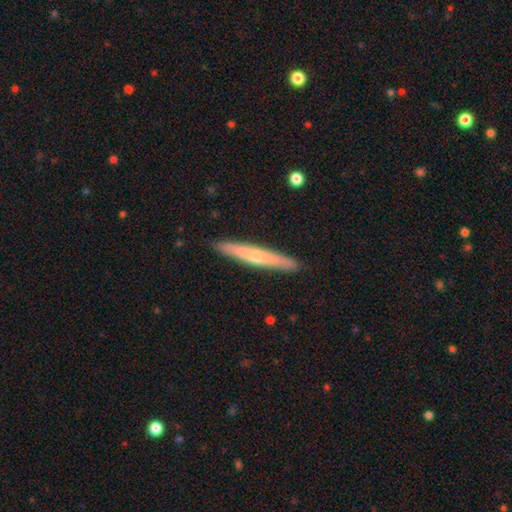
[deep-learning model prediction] This is possibly a smooth galaxy (51%). How rounded: clearly cigar-shaped (95%). Merging: clearly none (91%).